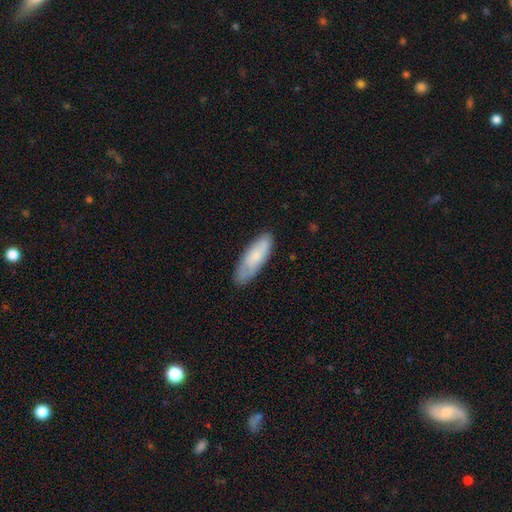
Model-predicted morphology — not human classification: This appears to be a smooth galaxy with no disk features (75%) that is in between round and cigar-shaped (57%). Merging: none (79%).